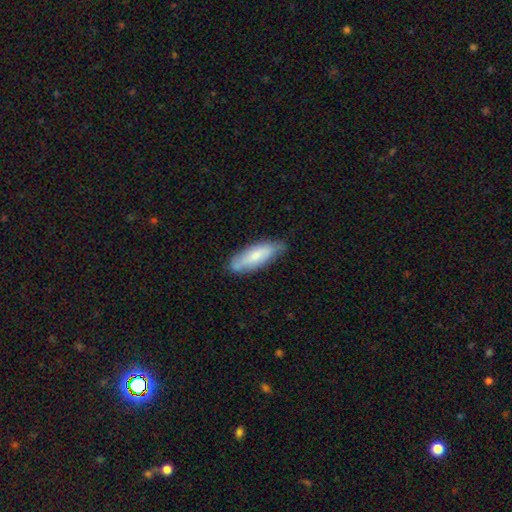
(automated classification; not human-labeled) This is likely a smooth galaxy (69%). How rounded: possibly in between (57%). Merging: likely none (70%).